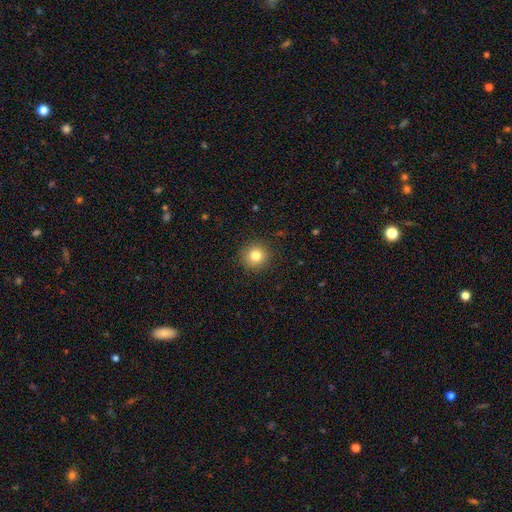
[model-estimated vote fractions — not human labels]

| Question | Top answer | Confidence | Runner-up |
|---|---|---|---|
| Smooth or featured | smooth | 82% | star or artifact (11%) |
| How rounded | round | 94% | in between (5%) |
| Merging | none | 91% | minor disturbance (6%) |